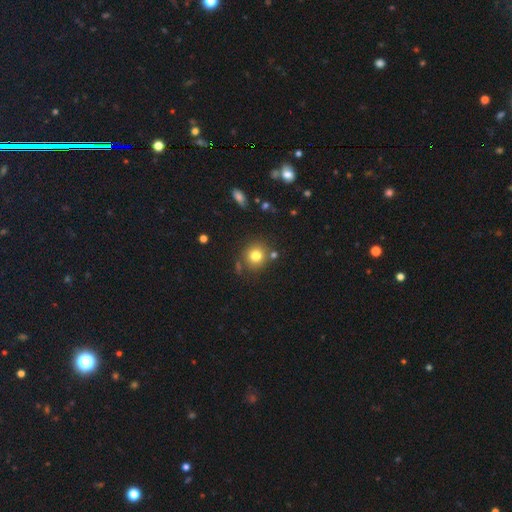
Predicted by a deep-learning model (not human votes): The model was most divided on "smooth or featured": smooth: 78%, star or artifact: 12%, featured or disk: 10%. More confident: how rounded — round (89%); merging — none (77%).